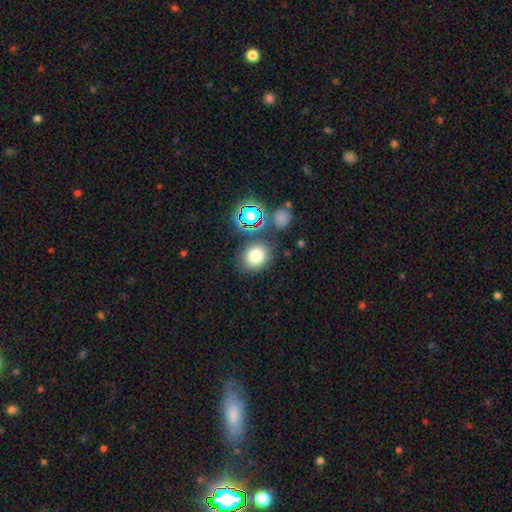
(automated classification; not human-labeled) Overall: smooth (78%). How rounded: round (67%; in between 32%). Merging: none (76%).